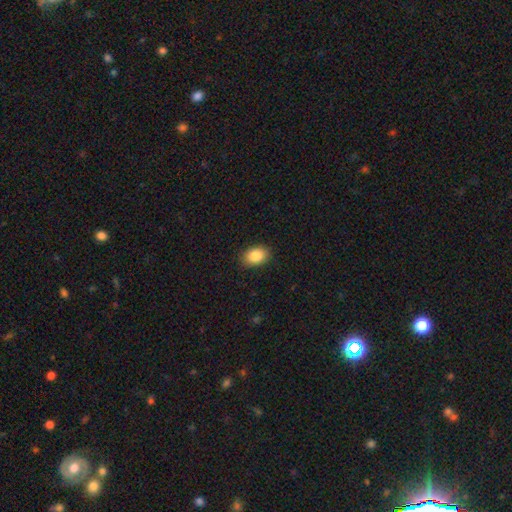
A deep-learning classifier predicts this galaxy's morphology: Smooth or featured?
  - smooth: 86% *
  - star or artifact: 8%
  - featured or disk: 6%
How rounded?
  - in between: 79% *
  - round: 20%
  - cigar-shaped: 1%
Merging?
  - none: 88% *
  - minor disturbance: 9%
  - major disturbance: 2%
  - merger: 1%